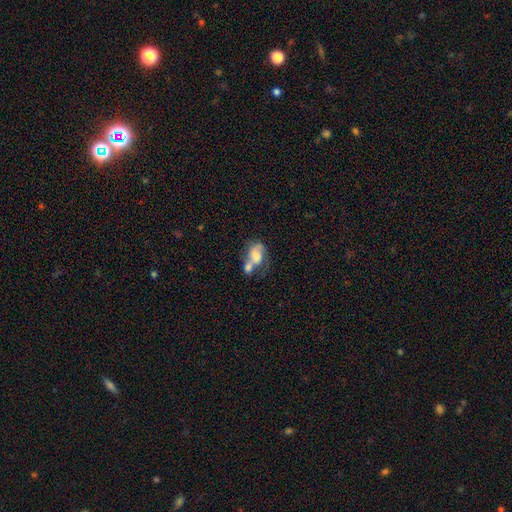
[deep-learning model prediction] A smooth galaxy with no disk features (53%) that is in between round and cigar-shaped (78%). Merging: merger (61%).